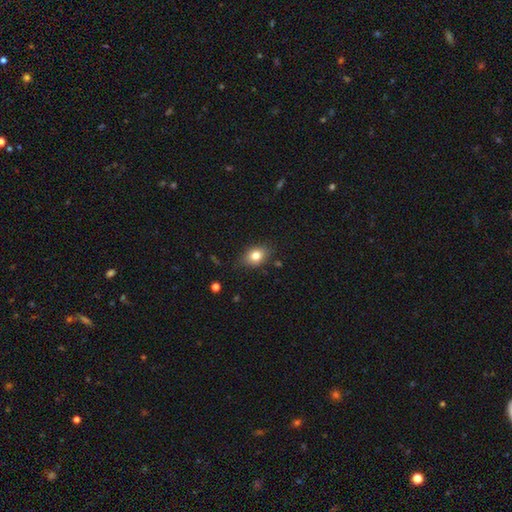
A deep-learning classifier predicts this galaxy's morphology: smooth_or_featured: smooth (p=0.81) [alt: featured or disk p=0.10]
how_rounded: in between (p=0.71) [alt: round p=0.27]
merging: none (p=0.78) [alt: minor disturbance p=0.17]